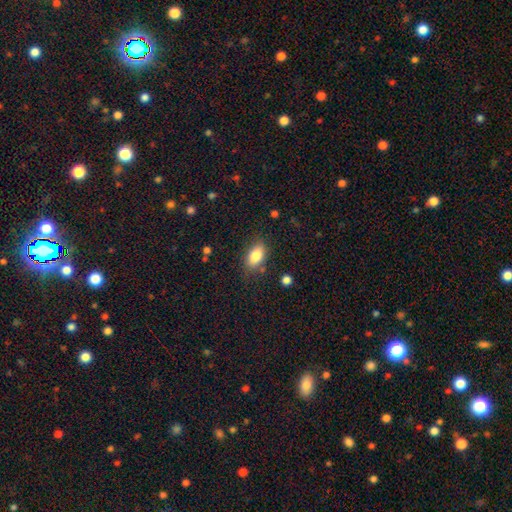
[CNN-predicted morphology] This appears to be a smooth galaxy with no disk features (82%) that is in between round and cigar-shaped (88%). Merging: none (78%).